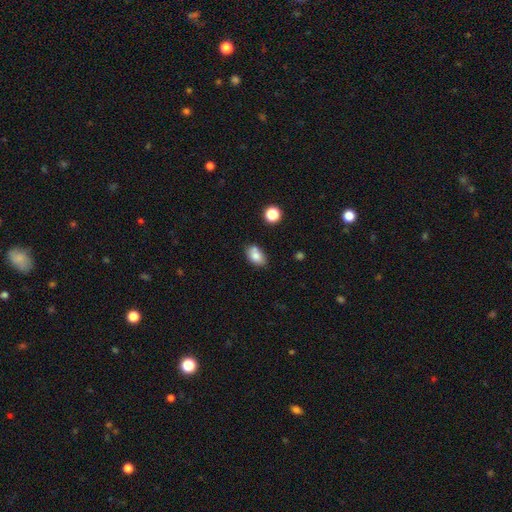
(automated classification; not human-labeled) smooth 78%, featured or disk 12%, star or artifact 9%. Down the decision tree: how rounded — in between (85%); merging — none (63%).